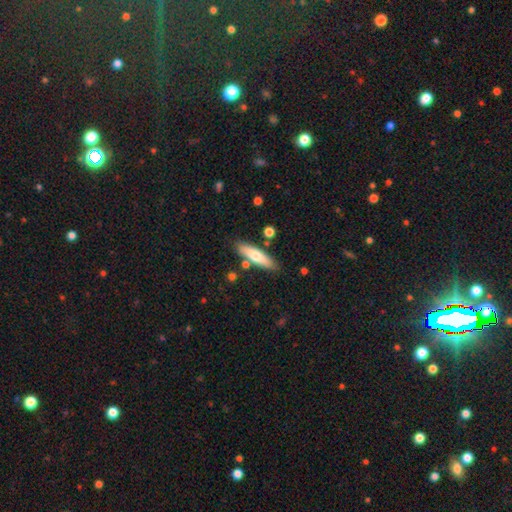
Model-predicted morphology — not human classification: A smooth galaxy with no disk features (64%) that is cigar-shaped (71%). Merging: none (81%).